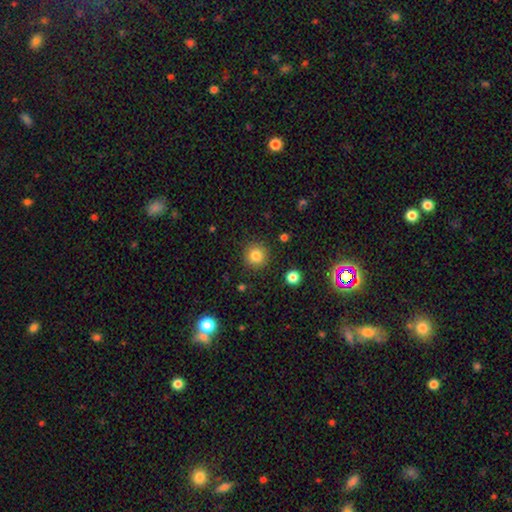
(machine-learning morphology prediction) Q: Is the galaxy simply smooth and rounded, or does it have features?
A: smooth — 82%.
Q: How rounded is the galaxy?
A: round — 95%.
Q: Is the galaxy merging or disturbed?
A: none — 90%.